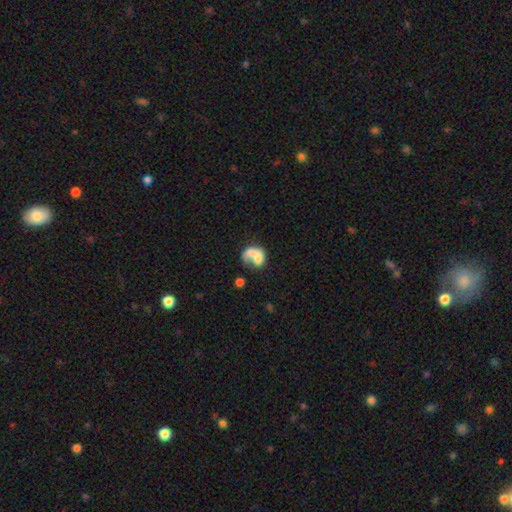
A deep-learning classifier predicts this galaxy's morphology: smooth_or_featured: smooth (p=0.51) [alt: featured or disk p=0.40]
how_rounded: in between (p=0.57) [alt: round p=0.42]
merging: merger (p=0.36) [alt: major disturbance p=0.27]